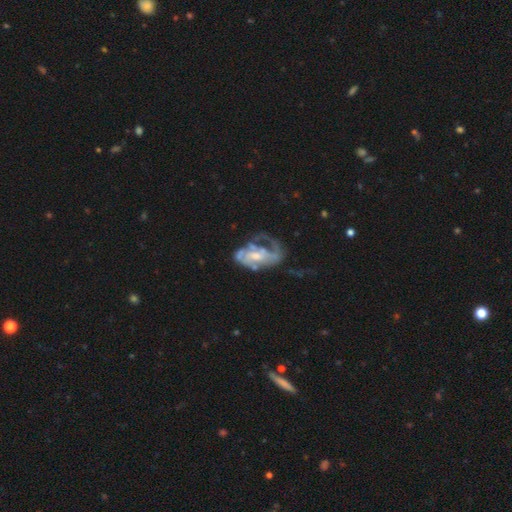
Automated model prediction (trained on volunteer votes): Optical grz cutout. It shows a featured or disk galaxy (77%) with no bar (54%), medium (41%) spiral arms (74%) and a moderate central bulge (46%). Merging: major disturbance (45%).